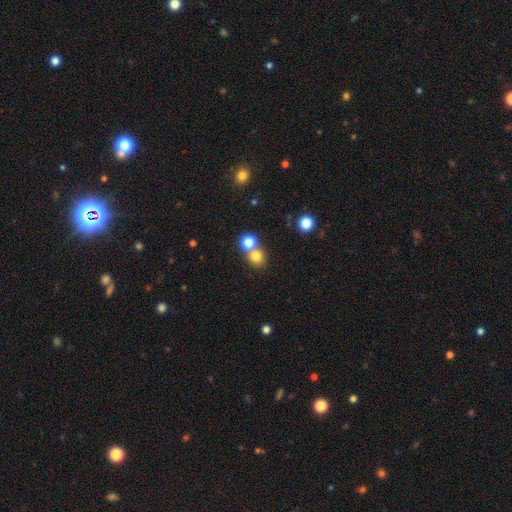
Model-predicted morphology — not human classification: A smooth galaxy with no disk features (77%) that is round (82%). Merging: none (49%).